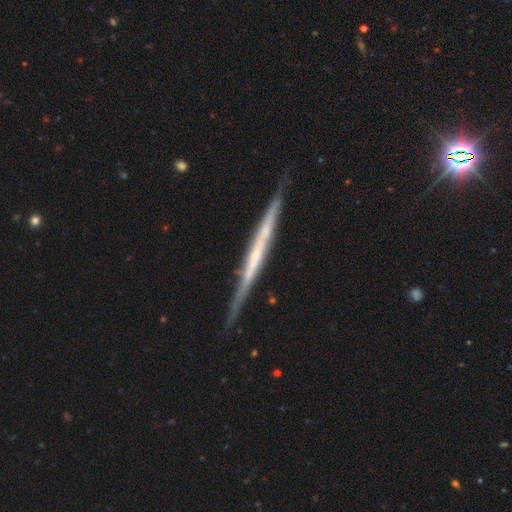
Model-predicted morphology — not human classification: smooth-or-featured: featured or disk: 75% | smooth: 20% | star or artifact: 5%
  disk-edge-on: yes: 97% | no: 3%
    edge-on-bulge: none: 75% | rounded: 16% | boxy: 8%
  merging: none: 85% | minor disturbance: 11% | major disturbance: 2% | merger: 2%